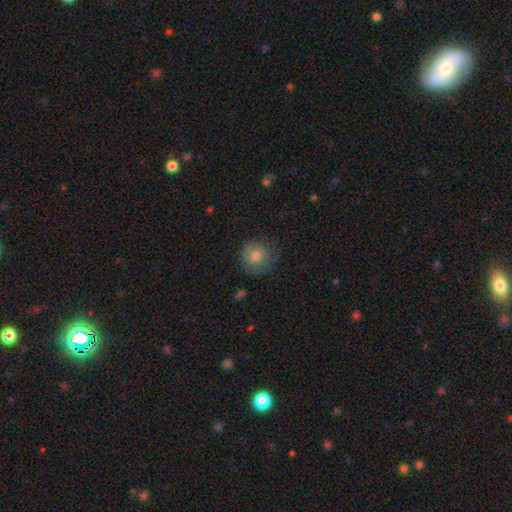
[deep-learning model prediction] A smooth galaxy with no disk features (70%) that is round (86%). Merging: none (76%).